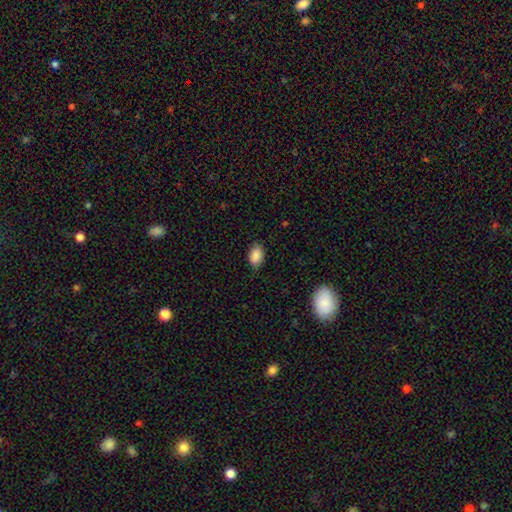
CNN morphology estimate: Q: Smooth or featured?
A: smooth (88%); runner-up: star or artifact (7%)
Q: How rounded?
A: in between (91%); runner-up: round (8%)
Q: Merging?
A: none (80%); runner-up: minor disturbance (16%)